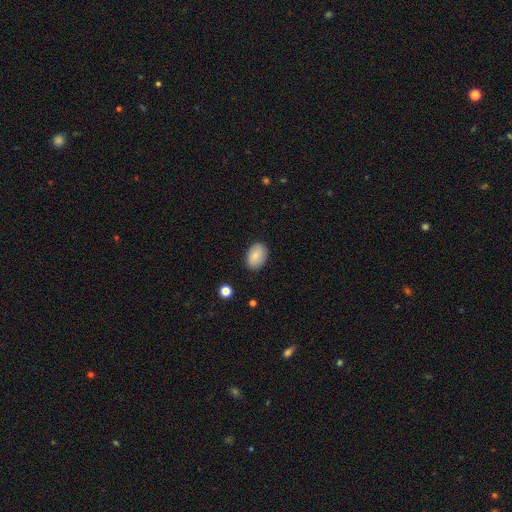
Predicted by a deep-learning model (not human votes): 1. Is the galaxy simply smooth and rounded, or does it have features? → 79% smooth, 14% featured or disk, 8% star or artifact.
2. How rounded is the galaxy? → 83% in between, 16% round, 1% cigar-shaped.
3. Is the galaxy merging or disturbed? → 87% none, 10% minor disturbance, 2% major disturbance, 1% merger.